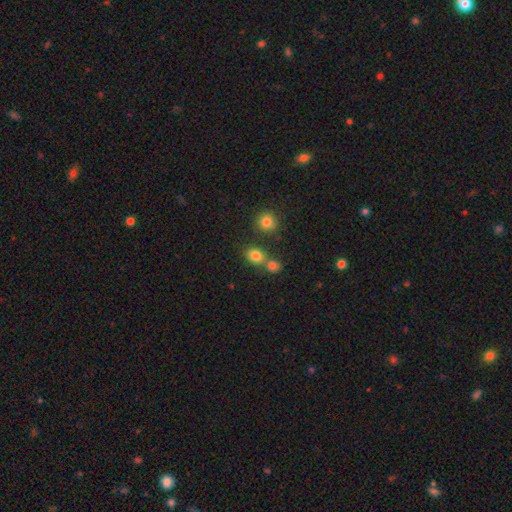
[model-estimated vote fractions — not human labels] A smooth galaxy with no disk features (80%) that is round (68%).

Vote fractions:
- Smooth or featured? smooth: 80% / star or artifact: 14% / featured or disk: 6%
- How rounded? round: 68% / in between: 31% / cigar-shaped: 1%
- Merging? none: 58% / merger: 30% / minor disturbance: 9% / major disturbance: 3%